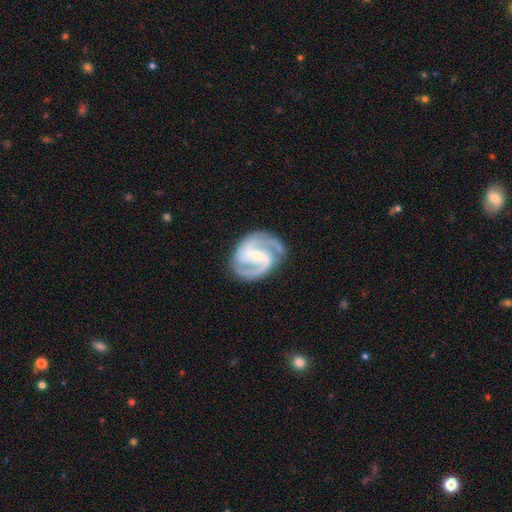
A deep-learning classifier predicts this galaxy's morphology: Smooth or featured? featured or disk (93%)
Edge-on disk? no (98%)
Bar? strong (48%)
Spiral arms? yes (98%)
Spiral winding? medium (55%)
Spiral arm count? 2 (72%)
Bulge size? small (68%)
Merging? none (80%)